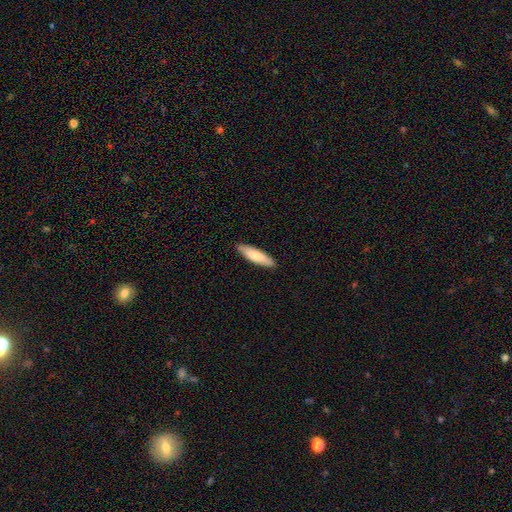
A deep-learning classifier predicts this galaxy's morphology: Smooth or featured?
  - smooth: 78% *
  - featured or disk: 17%
  - star or artifact: 5%
How rounded?
  - cigar-shaped: 63% *
  - in between: 35%
  - round: 1%
Merging?
  - none: 89% *
  - minor disturbance: 9%
  - major disturbance: 1%
  - merger: 1%